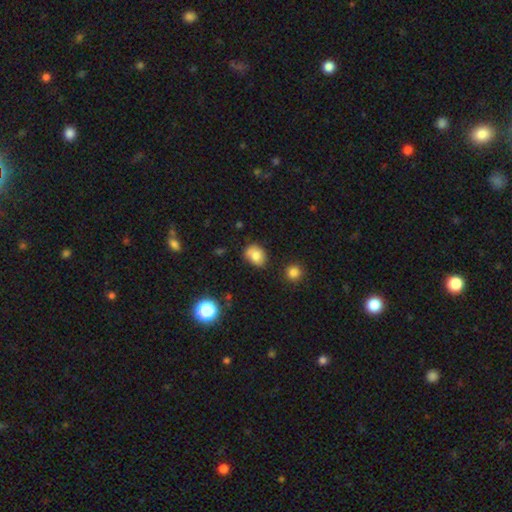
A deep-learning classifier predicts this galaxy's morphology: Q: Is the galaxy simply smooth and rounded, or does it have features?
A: smooth — 76%.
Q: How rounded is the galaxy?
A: in between — 58%.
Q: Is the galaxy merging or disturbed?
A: none — 60%.